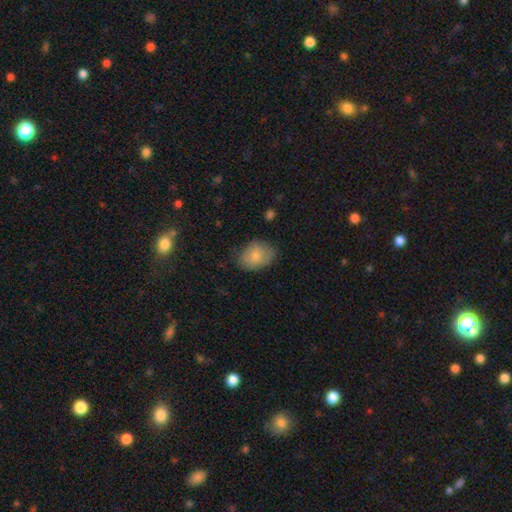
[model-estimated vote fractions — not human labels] This appears to be a smooth galaxy with no disk features (80%) that is in between round and cigar-shaped (72%). Merging: none (69%).